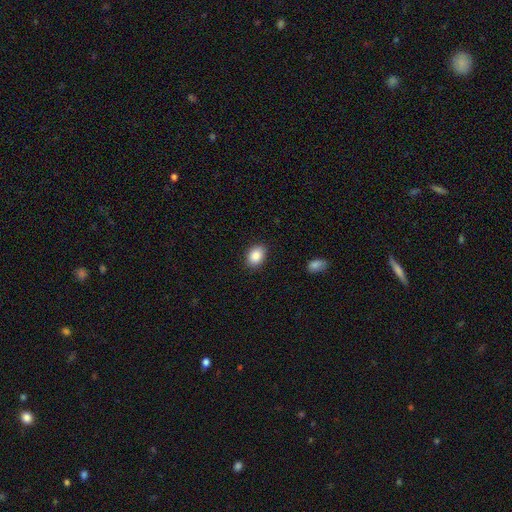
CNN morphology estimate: Smooth or featured: smooth — 88% (star or artifact — 8%)
How rounded: in between — 79% (round — 20%)
Merging: none — 87% (minor disturbance — 9%)